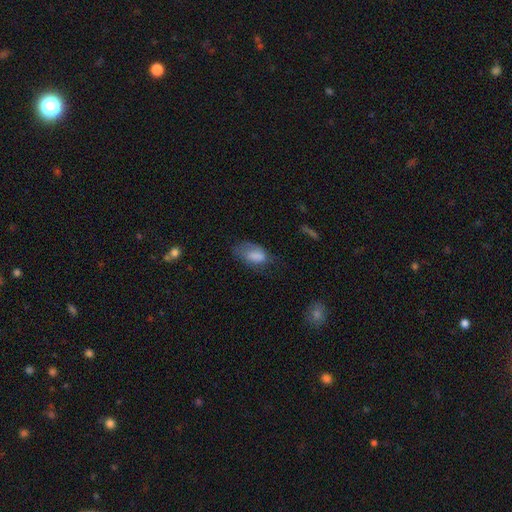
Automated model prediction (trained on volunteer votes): smooth_or_featured: smooth (p=0.78) [alt: featured or disk p=0.14]
how_rounded: in between (p=0.91) [alt: round p=0.05]
merging: none (p=0.40) [alt: minor disturbance p=0.34]